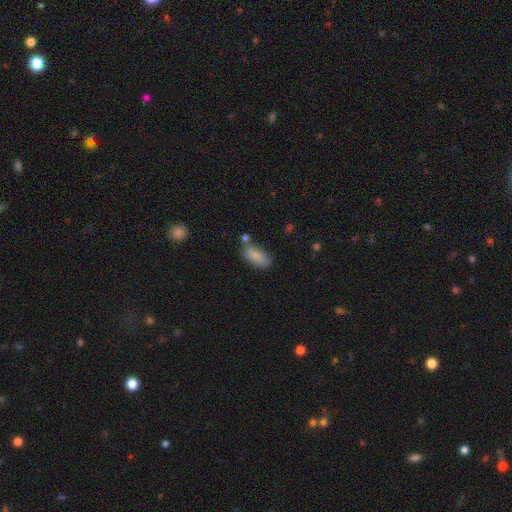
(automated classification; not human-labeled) Smooth or featured: smooth — 85% (featured or disk — 8%)
How rounded: in between — 85% (cigar-shaped — 12%)
Merging: none — 67% (minor disturbance — 20%)